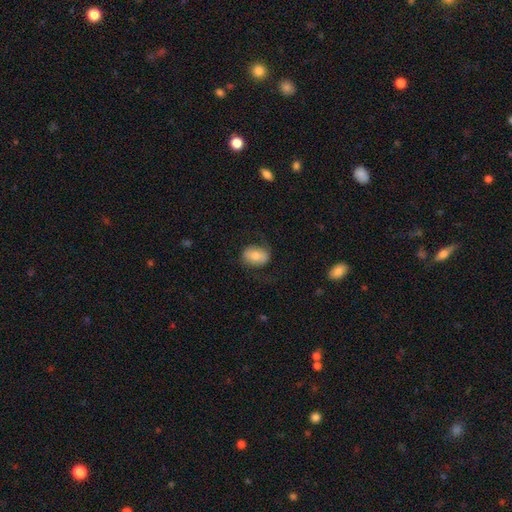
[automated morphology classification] The model was most divided on "smooth or featured": smooth: 67%, featured or disk: 26%, star or artifact: 7%. More confident: merging — none (72%); how rounded — in between (72%).